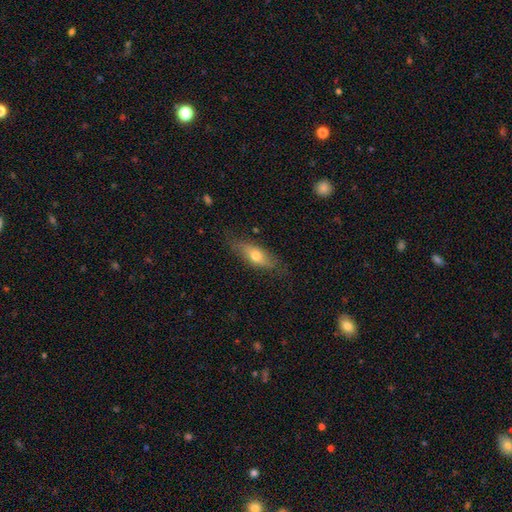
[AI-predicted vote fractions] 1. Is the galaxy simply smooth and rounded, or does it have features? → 63% smooth, 31% featured or disk, 7% star or artifact.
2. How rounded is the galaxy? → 66% in between, 31% cigar-shaped, 4% round.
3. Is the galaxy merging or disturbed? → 77% none, 18% minor disturbance, 5% major disturbance, 1% merger.